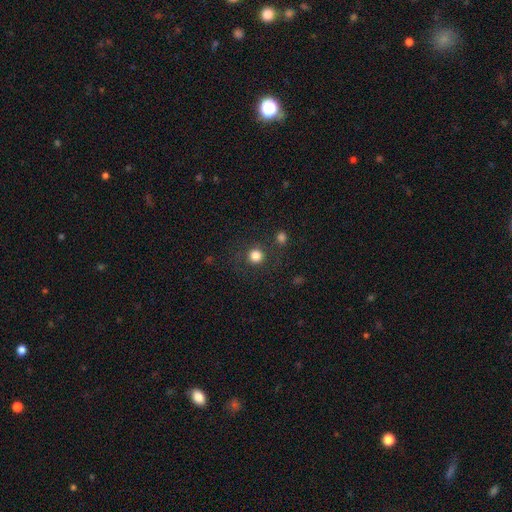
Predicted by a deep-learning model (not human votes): A smooth galaxy with no disk features (81%) that is round (93%).

Vote fractions:
- Smooth or featured? smooth: 81% / star or artifact: 13% / featured or disk: 6%
- How rounded? round: 93% / in between: 6% / cigar-shaped: 1%
- Merging? none: 83% / minor disturbance: 8% / merger: 5% / major disturbance: 4%